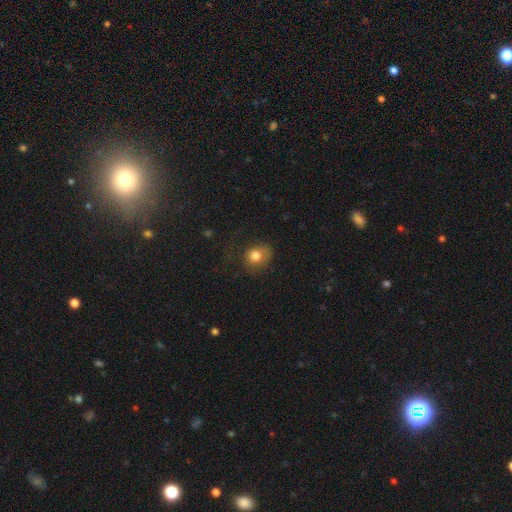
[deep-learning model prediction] A smooth galaxy with no disk features (78%) that is round (69%). Merging: none (57%).